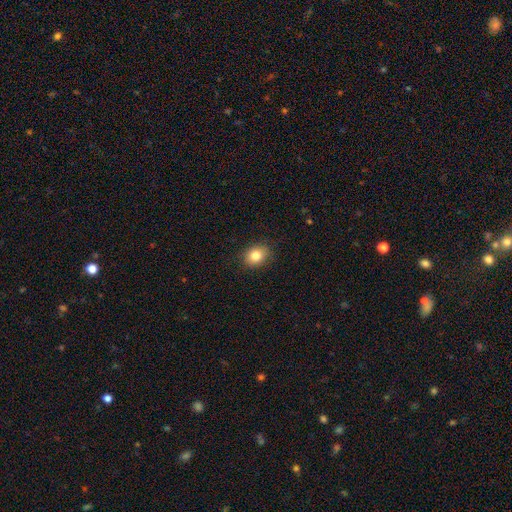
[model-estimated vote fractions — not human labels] A smooth galaxy with no disk features (83%) that is in between round and cigar-shaped (53%).

Vote fractions:
- Smooth or featured? smooth: 83% / star or artifact: 10% / featured or disk: 7%
- How rounded? in between: 53% / round: 46% / cigar-shaped: 1%
- Merging? none: 87% / minor disturbance: 9% / major disturbance: 2% / merger: 1%